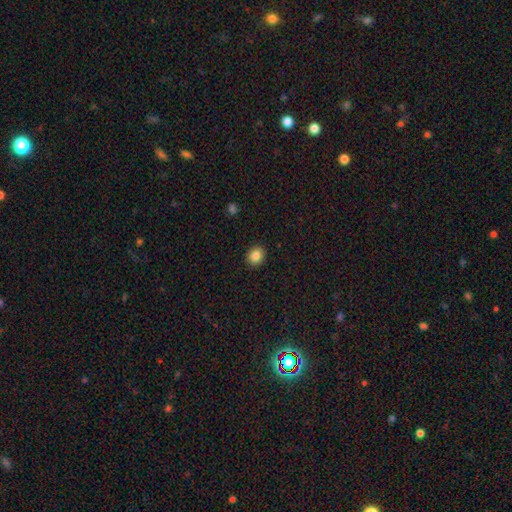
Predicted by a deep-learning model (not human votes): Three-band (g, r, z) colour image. It shows a smooth galaxy with no disk features (85%) that is round (70%). Merging: none (91%).